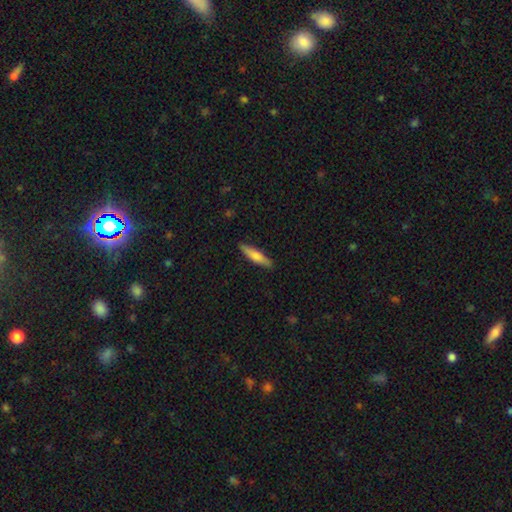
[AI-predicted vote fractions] This is likely a smooth galaxy (71%). How rounded: likely cigar-shaped (79%). Merging: clearly none (89%).